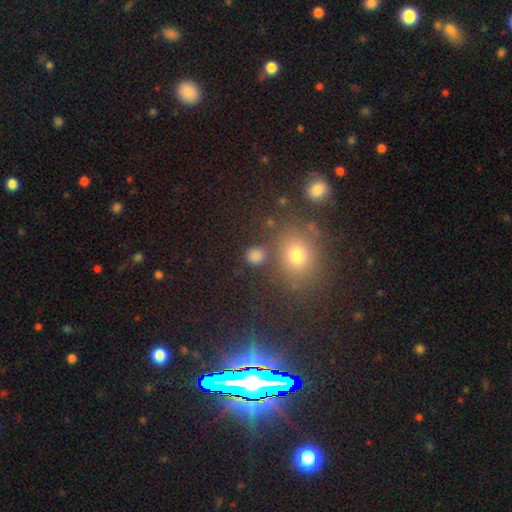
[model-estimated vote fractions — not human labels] smooth_or_featured: smooth (p=0.80) [alt: star or artifact p=0.15]
how_rounded: round (p=0.83) [alt: in between p=0.16]
merging: none (p=0.79) [alt: minor disturbance p=0.09]